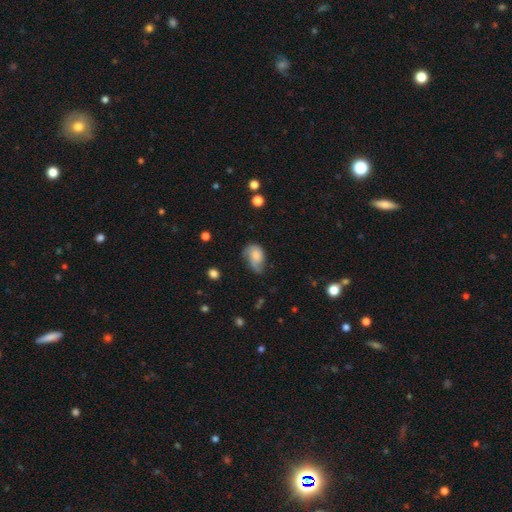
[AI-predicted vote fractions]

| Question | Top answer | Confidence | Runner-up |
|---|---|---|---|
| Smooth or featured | smooth | 59% | featured or disk (32%) |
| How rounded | in between | 77% | round (21%) |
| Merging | minor disturbance | 39% | none (34%) |